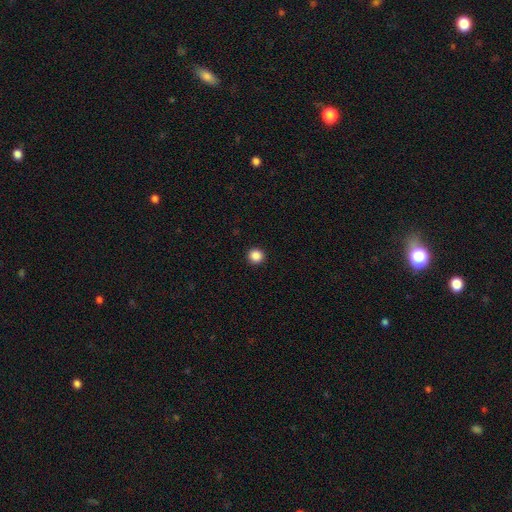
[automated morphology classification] smooth 87%, star or artifact 10%, featured or disk 2%. Down the decision tree: how rounded — round (95%); merging — none (94%).